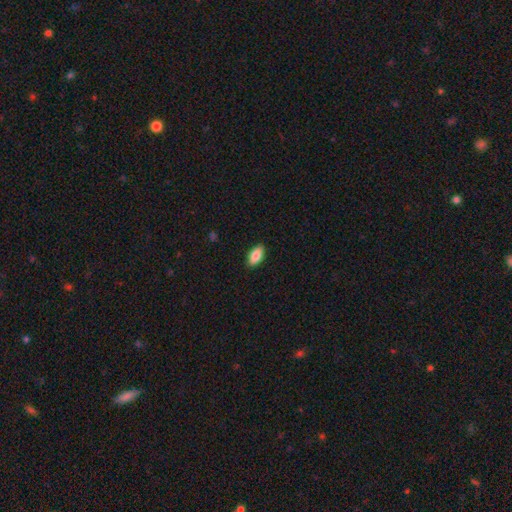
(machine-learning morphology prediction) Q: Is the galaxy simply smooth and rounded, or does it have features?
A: smooth — 85%.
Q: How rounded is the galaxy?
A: in between — 91%.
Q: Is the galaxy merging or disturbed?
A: none — 89%.